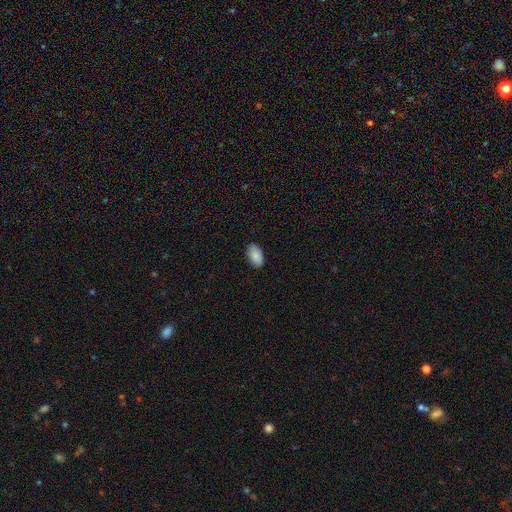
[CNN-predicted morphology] Smooth or featured?
  - smooth: 89% *
  - star or artifact: 6%
  - featured or disk: 5%
How rounded?
  - in between: 95% *
  - round: 4%
  - cigar-shaped: 2%
Merging?
  - none: 87% *
  - minor disturbance: 10%
  - major disturbance: 2%
  - merger: 1%